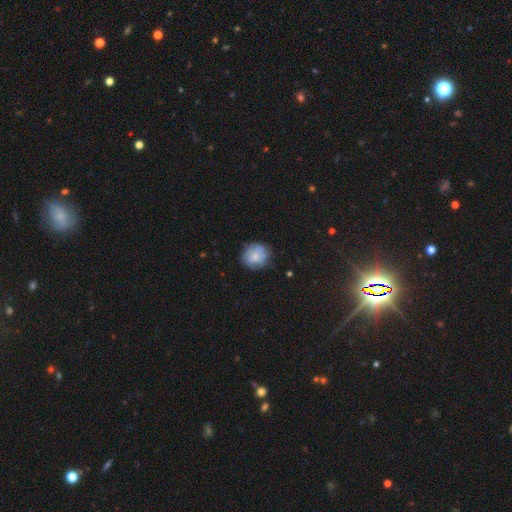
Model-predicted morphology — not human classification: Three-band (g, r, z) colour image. It shows a smooth galaxy with no disk features (68%) that is round (75%). Merging: none (70%).